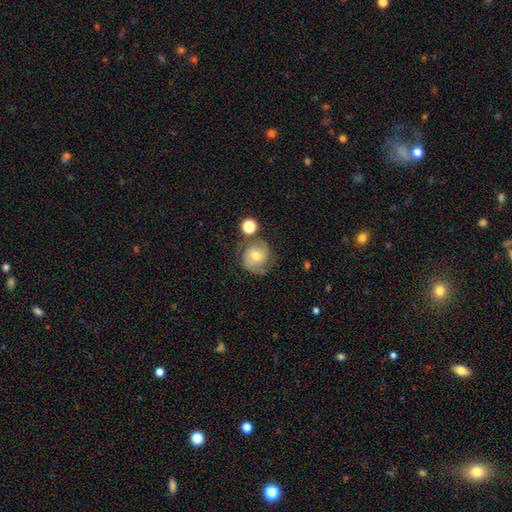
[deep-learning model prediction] smooth_or_featured: featured or disk (p=0.64) [alt: smooth p=0.27]
disk_edge_on: no (p=0.98) [alt: yes p=0.02]
bar: no (p=0.64) [alt: weak p=0.30]
has_spiral_arms: yes (p=0.90) [alt: no p=0.10]
spiral_winding: medium (p=0.47) [alt: tight p=0.37]
spiral_arm_count: 2 (p=0.84) [alt: can't tell p=0.08]
bulge_size: moderate (p=0.58) [alt: small p=0.36]
merging: none (p=0.65) [alt: minor disturbance p=0.18]